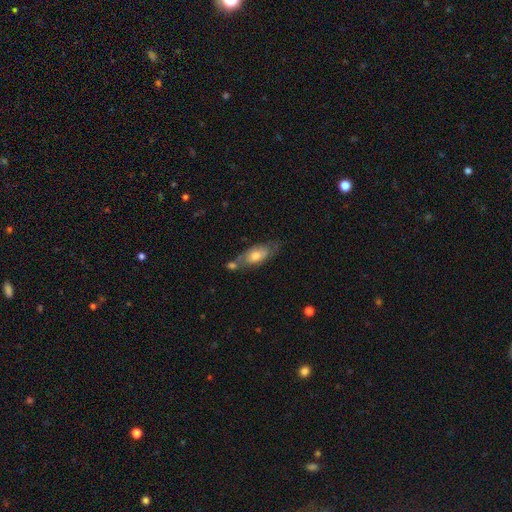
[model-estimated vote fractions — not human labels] Smooth or featured? Predicted: smooth (p=0.61). How rounded? Predicted: in between (p=0.80). Merging? Predicted: none (p=0.47).